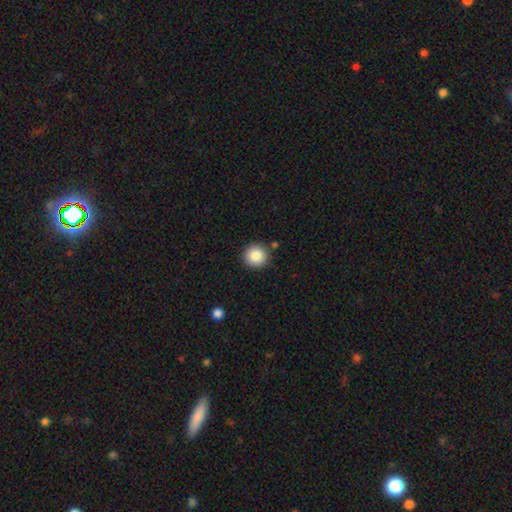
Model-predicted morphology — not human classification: A smooth galaxy with no disk features (86%) that is round (95%). Merging: none (87%).